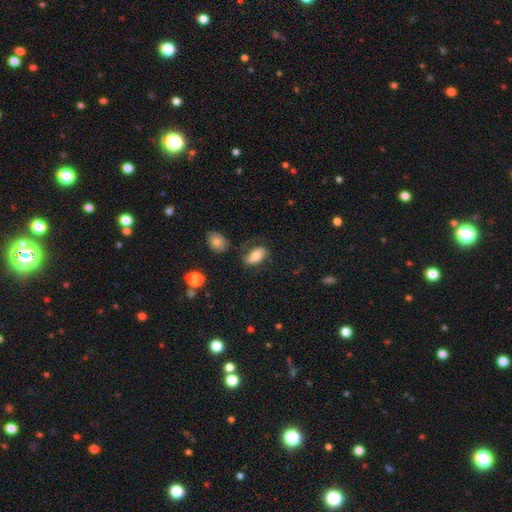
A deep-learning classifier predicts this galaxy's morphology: Smooth or featured: smooth — 65% (featured or disk — 26%)
How rounded: in between — 90% (round — 6%)
Merging: none — 60% (minor disturbance — 23%)